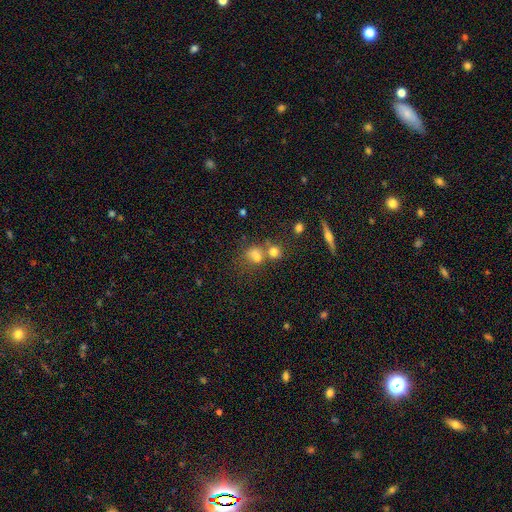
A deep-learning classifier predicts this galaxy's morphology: smooth_or_featured: smooth (p=0.68) [alt: star or artifact p=0.18]
how_rounded: round (p=0.64) [alt: in between p=0.35]
merging: merger (p=0.43) [alt: none p=0.38]